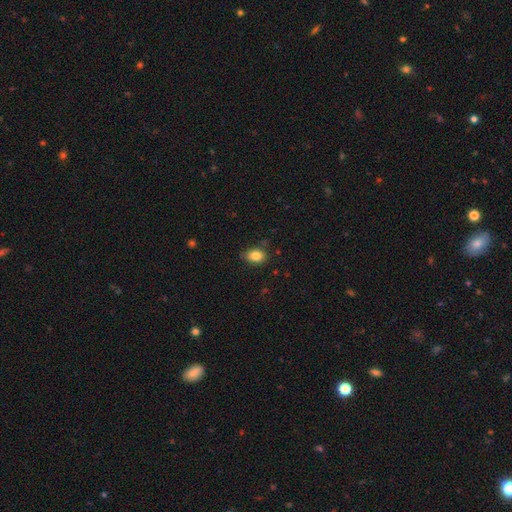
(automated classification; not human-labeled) Smooth or featured? Predicted: smooth (p=0.84). How rounded? Predicted: in between (p=0.76). Merging? Predicted: none (p=0.80).